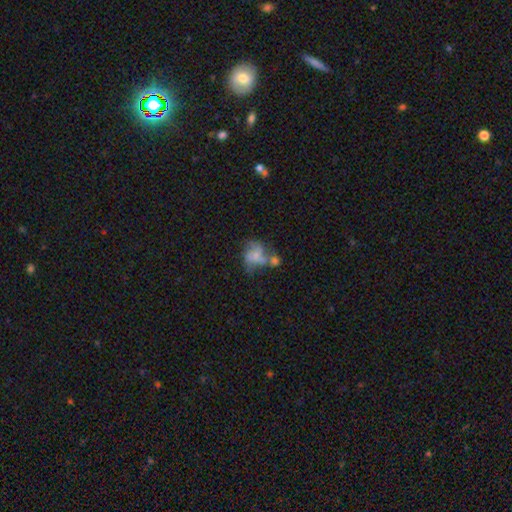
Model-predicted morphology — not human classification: featured or disk 49%, smooth 40%, star or artifact 12%. Down the decision tree: merging — merger (36%).